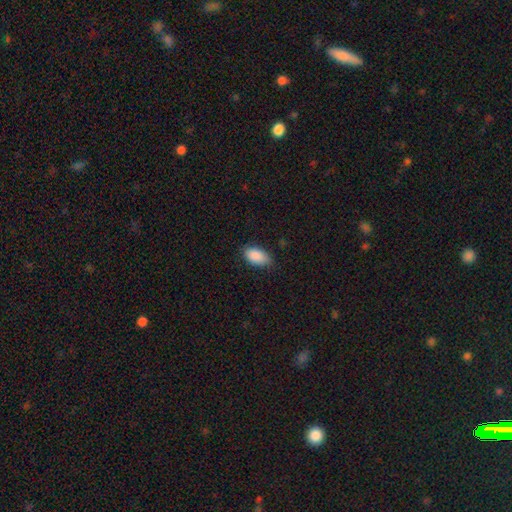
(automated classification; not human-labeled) Q: Smooth or featured?
A: smooth (89%); runner-up: star or artifact (7%)
Q: How rounded?
A: in between (93%); runner-up: round (5%)
Q: Merging?
A: none (73%); runner-up: minor disturbance (23%)